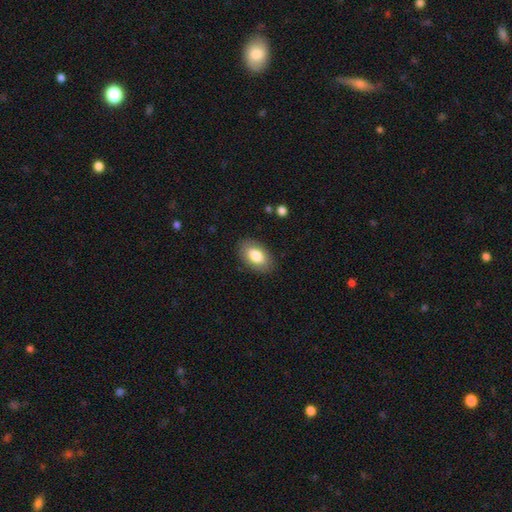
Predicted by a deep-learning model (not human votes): Smooth or featured: smooth — 80% (featured or disk — 13%)
How rounded: in between — 92% (round — 7%)
Merging: none — 86% (minor disturbance — 10%)